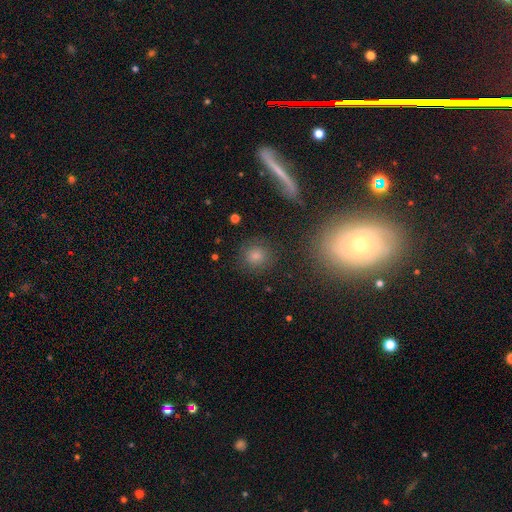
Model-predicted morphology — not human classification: A smooth galaxy with no disk features (71%) that is round (87%).

Vote fractions:
- Smooth or featured? smooth: 71% / star or artifact: 16% / featured or disk: 13%
- How rounded? round: 87% / in between: 10% / cigar-shaped: 4%
- Merging? none: 86% / minor disturbance: 7% / major disturbance: 3% / merger: 3%